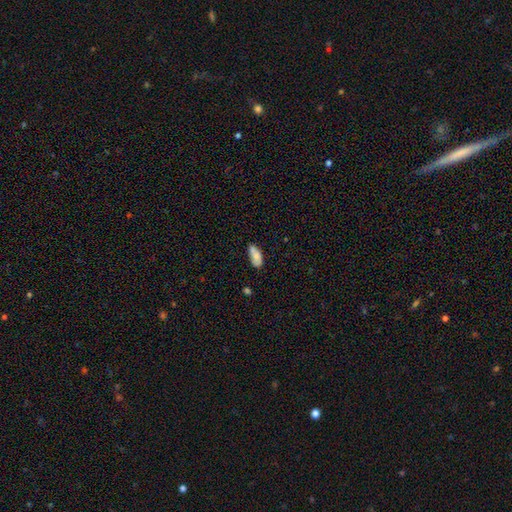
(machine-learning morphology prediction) Smooth or featured? smooth (80%)
How rounded? in between (84%)
Merging? none (56%)